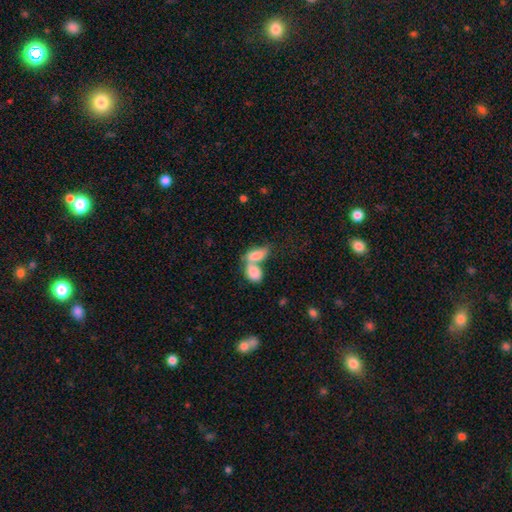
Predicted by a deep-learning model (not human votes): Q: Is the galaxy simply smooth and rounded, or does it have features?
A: smooth — 81%.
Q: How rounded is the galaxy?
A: in between — 88%.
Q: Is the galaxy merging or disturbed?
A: merger — 73%.